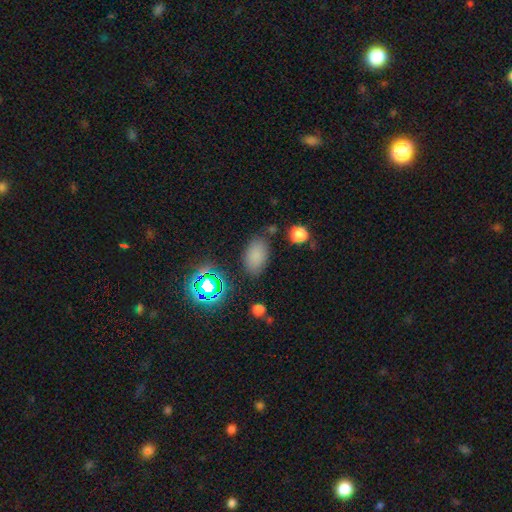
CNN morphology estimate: smooth-or-featured: smooth: 76% | star or artifact: 17% | featured or disk: 7%
  how-rounded: in between: 91% | round: 8% | cigar-shaped: 2%
  merging: none: 77% | minor disturbance: 14% | major disturbance: 5% | merger: 4%